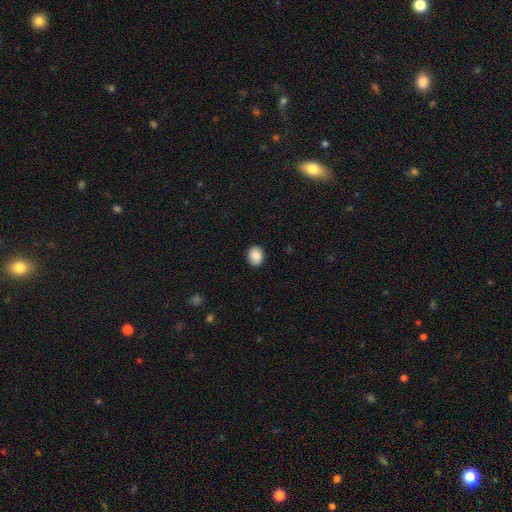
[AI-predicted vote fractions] Smooth or featured? smooth (89%)
How rounded? round (53%)
Merging? none (90%)